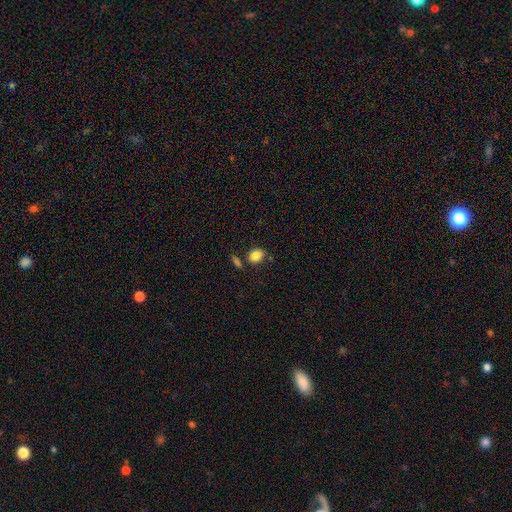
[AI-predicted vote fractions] Morphology: type=smooth (85%); roundness=round (51%); merging=none (71%).